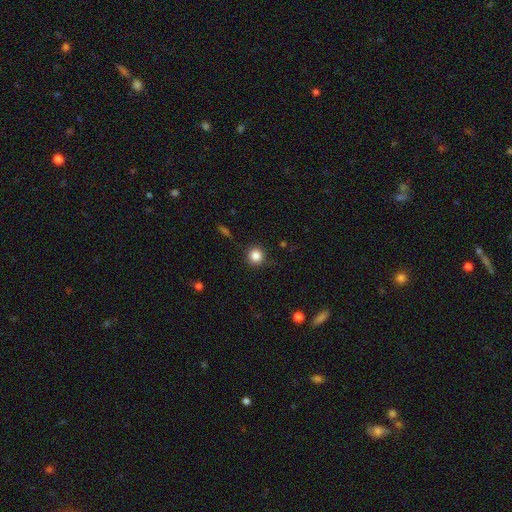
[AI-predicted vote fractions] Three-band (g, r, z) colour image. It shows a smooth galaxy with no disk features (85%) that is round (94%). Merging: none (88%).